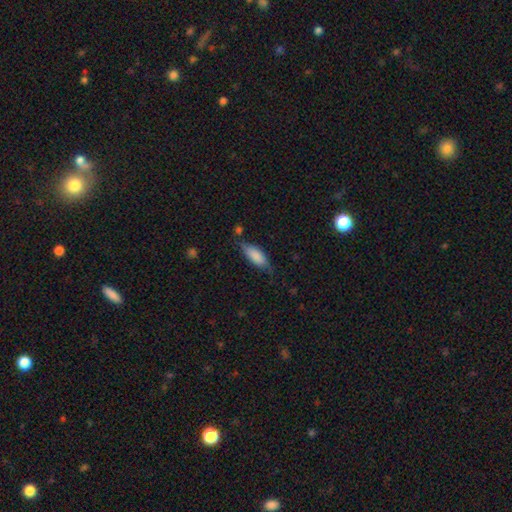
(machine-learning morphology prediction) This appears to be a smooth galaxy with no disk features (81%) that is in between round and cigar-shaped (73%). Merging: none (63%).